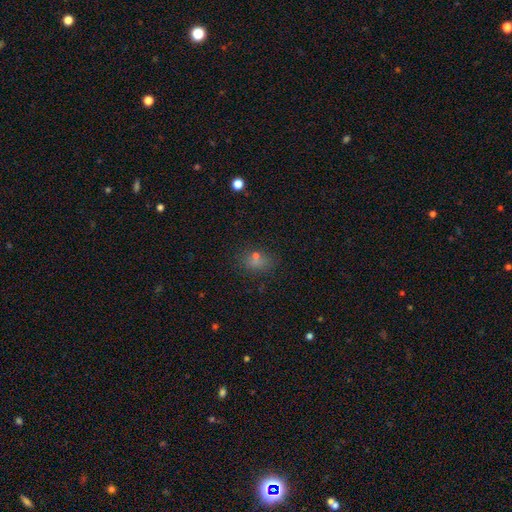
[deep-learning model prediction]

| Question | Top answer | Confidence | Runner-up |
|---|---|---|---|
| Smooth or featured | smooth | 61% | star or artifact (28%) |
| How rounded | in between | 55% | round (42%) |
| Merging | none | 70% | minor disturbance (15%) |